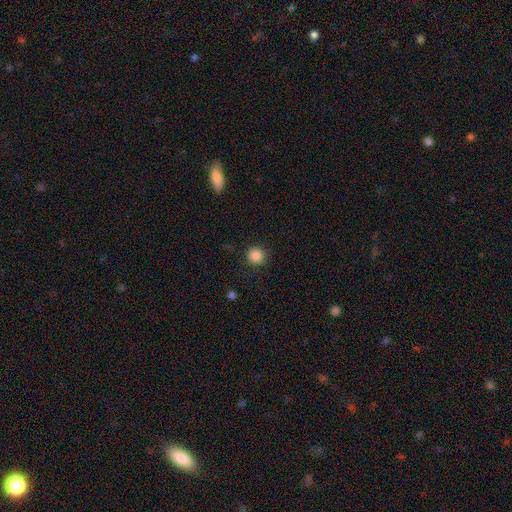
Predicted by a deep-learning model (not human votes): This appears to be a smooth galaxy with no disk features (86%) that is round (95%). Merging: none (90%).